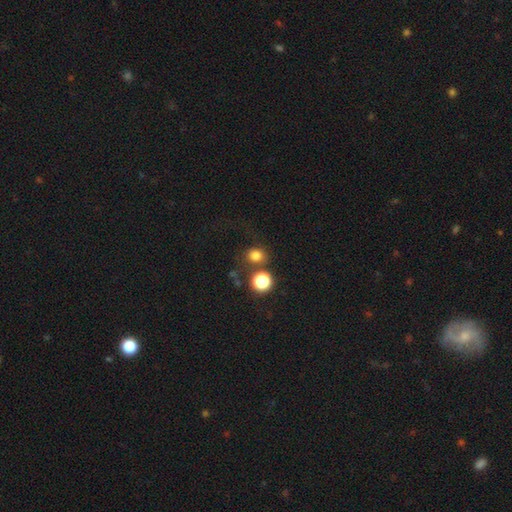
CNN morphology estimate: Q: Smooth or featured?
A: smooth (77%); runner-up: star or artifact (17%)
Q: How rounded?
A: round (71%); runner-up: in between (28%)
Q: Merging?
A: none (73%); runner-up: minor disturbance (11%)